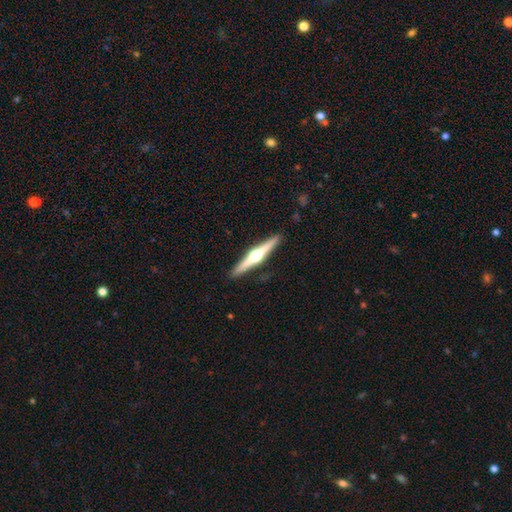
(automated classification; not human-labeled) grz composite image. It shows a featured or disk galaxy (79%) viewed edge-on (98%) with a rounded central bulge (96%). Merging: none (92%).